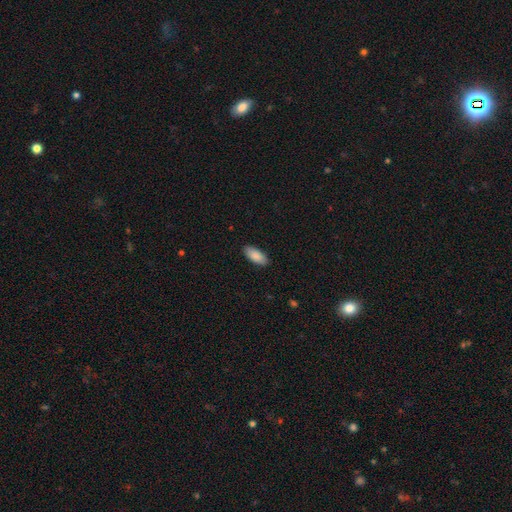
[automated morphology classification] smooth-or-featured: smooth: 89% | featured or disk: 6% | star or artifact: 6%
  how-rounded: in between: 87% | cigar-shaped: 12% | round: 2%
  merging: none: 89% | minor disturbance: 9% | major disturbance: 2% | merger: 1%